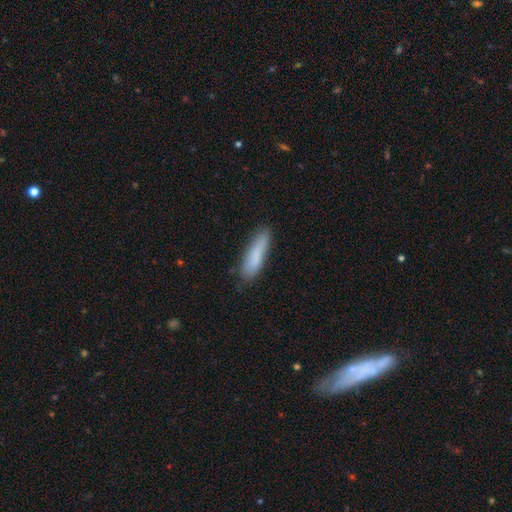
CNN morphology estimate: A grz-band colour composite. It shows a smooth galaxy with no disk features (82%) that is cigar-shaped (75%). Merging: none (77%).